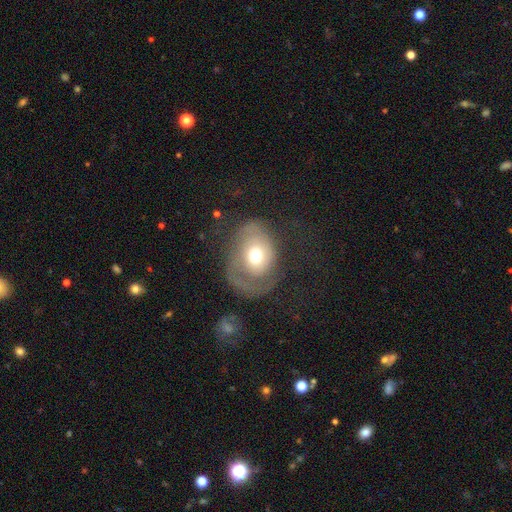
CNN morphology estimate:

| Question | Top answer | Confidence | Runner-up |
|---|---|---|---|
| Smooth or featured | featured or disk | 47% | smooth (45%) |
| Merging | major disturbance | 42% | none (33%) |